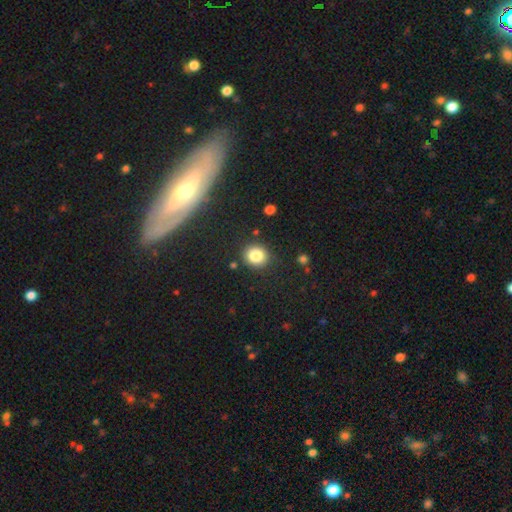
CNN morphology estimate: This appears to be a smooth galaxy with no disk features (83%) that is round (81%). Merging: none (86%).